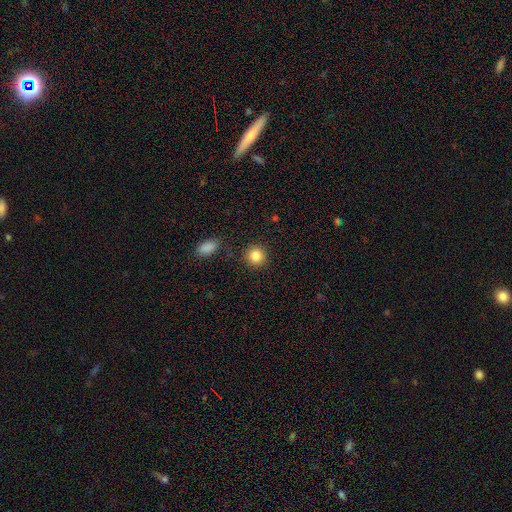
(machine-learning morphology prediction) Overall: smooth (86%). How rounded: round (91%). Merging: none (88%).